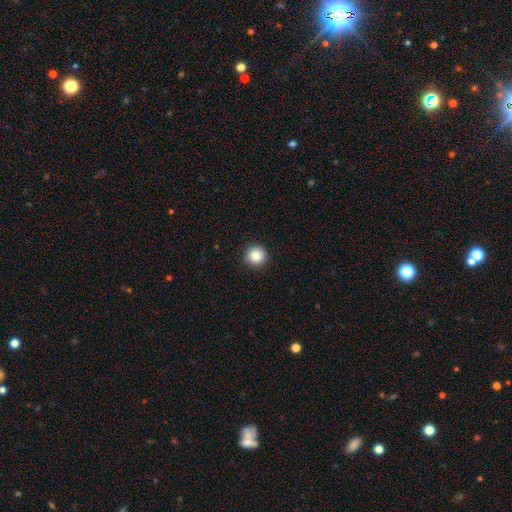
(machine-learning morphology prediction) Overall: smooth (85%). How rounded: round (95%). Merging: none (93%).